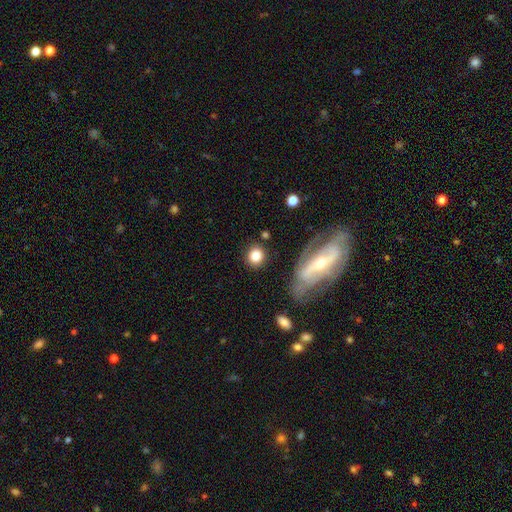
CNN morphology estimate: Smooth or featured: smooth — 80% (featured or disk — 11%)
How rounded: round — 85% (in between — 13%)
Merging: none — 83% (minor disturbance — 9%)